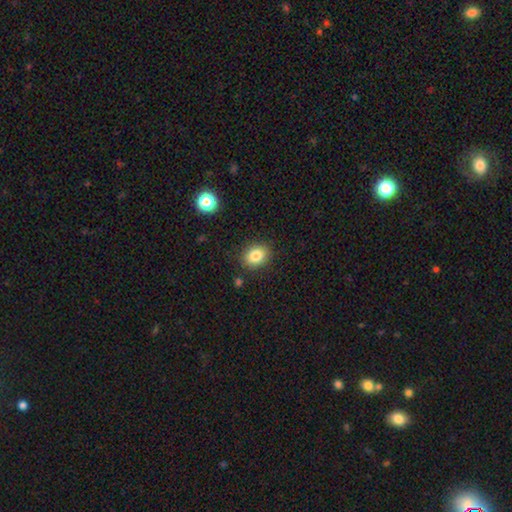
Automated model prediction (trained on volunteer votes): A smooth galaxy with no disk features (84%) that is in between round and cigar-shaped (60%).

Vote fractions:
- Smooth or featured? smooth: 84% / star or artifact: 9% / featured or disk: 7%
- How rounded? in between: 60% / round: 39% / cigar-shaped: 1%
- Merging? none: 87% / minor disturbance: 9% / major disturbance: 2% / merger: 2%